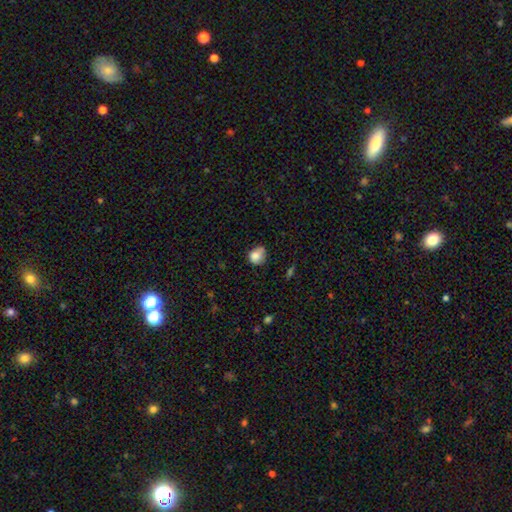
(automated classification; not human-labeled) smooth_or_featured: smooth (p=0.79) [alt: featured or disk p=0.11]
how_rounded: round (p=0.73) [alt: in between p=0.26]
merging: none (p=0.49) [alt: minor disturbance p=0.33]